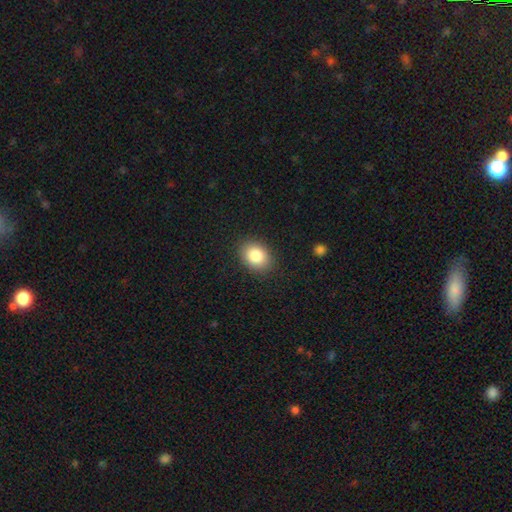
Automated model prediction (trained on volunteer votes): Morphology: type=smooth (86%); roundness=in between (65%); merging=none (88%).